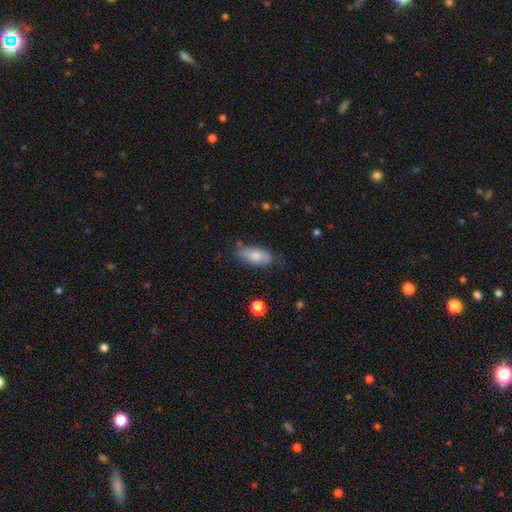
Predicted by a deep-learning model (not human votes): A smooth galaxy with no disk features (69%) that is in between round and cigar-shaped (84%).

Vote fractions:
- Smooth or featured? smooth: 69% / featured or disk: 24% / star or artifact: 7%
- How rounded? in between: 84% / cigar-shaped: 13% / round: 3%
- Merging? none: 68% / minor disturbance: 24% / major disturbance: 6% / merger: 3%